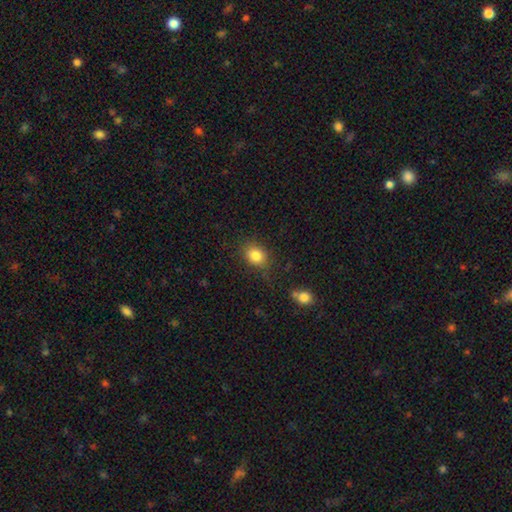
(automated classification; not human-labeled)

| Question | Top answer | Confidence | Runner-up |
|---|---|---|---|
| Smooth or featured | smooth | 83% | star or artifact (10%) |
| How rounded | in between | 58% | round (41%) |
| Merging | none | 81% | minor disturbance (13%) |